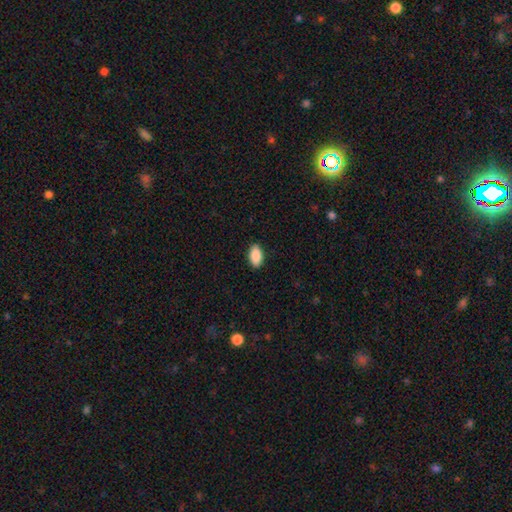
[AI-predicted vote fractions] Smooth or featured? smooth (89%)
How rounded? in between (93%)
Merging? none (89%)